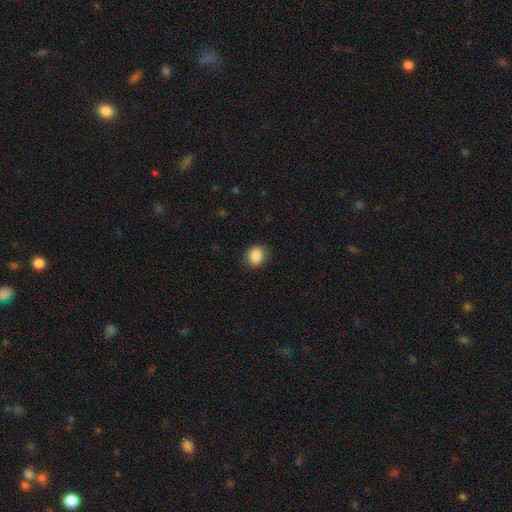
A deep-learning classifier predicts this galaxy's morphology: smooth_or_featured: smooth (p=0.87) [alt: star or artifact p=0.08]
how_rounded: round (p=0.64) [alt: in between p=0.35]
merging: none (p=0.85) [alt: minor disturbance p=0.11]